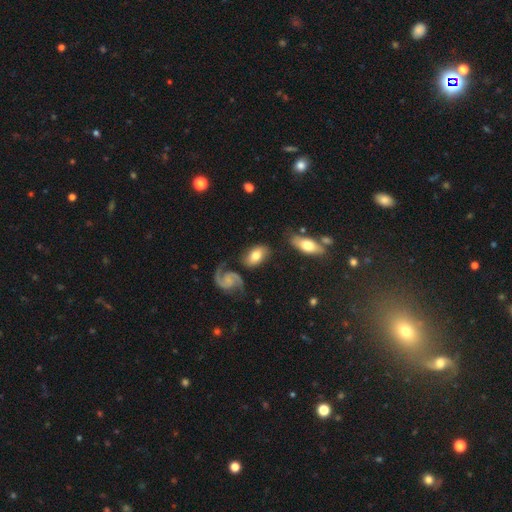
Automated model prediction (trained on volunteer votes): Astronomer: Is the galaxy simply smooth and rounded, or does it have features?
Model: smooth — 59%.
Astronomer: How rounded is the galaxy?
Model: in between — 89%.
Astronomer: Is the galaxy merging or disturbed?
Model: none — 69%.